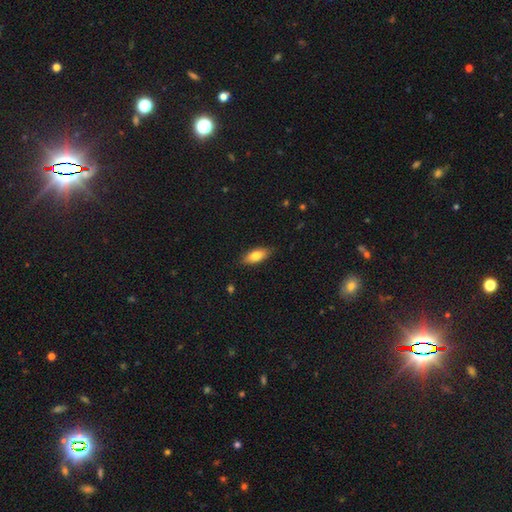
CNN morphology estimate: Smooth or featured: smooth — 78% (featured or disk — 15%)
How rounded: in between — 80% (cigar-shaped — 18%)
Merging: none — 85% (minor disturbance — 12%)